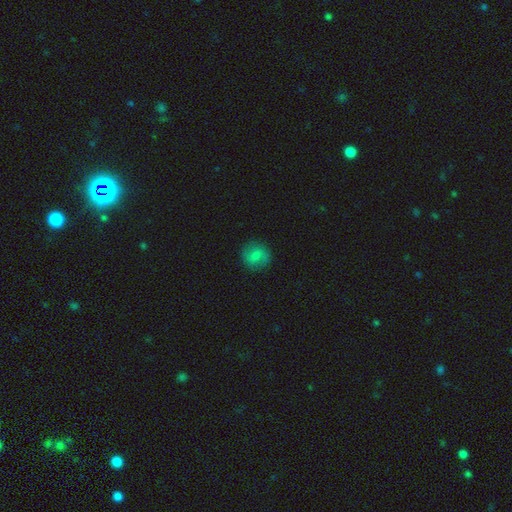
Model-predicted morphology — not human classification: This is likely a smooth galaxy (68%). How rounded: clearly round (88%). Merging: clearly none (85%).